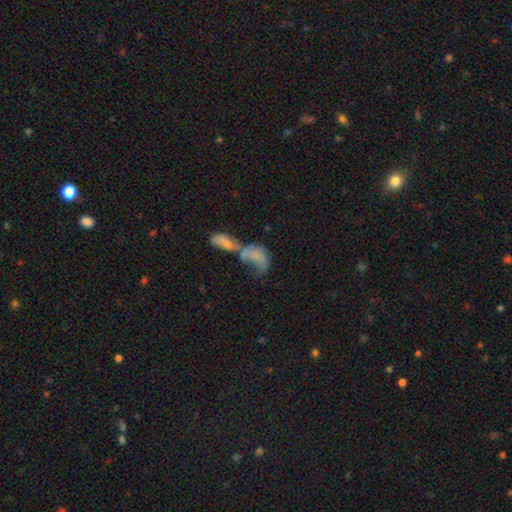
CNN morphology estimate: smooth 62%, featured or disk 28%, star or artifact 11%. Down the decision tree: how rounded — in between (83%); merging — merger (70%).